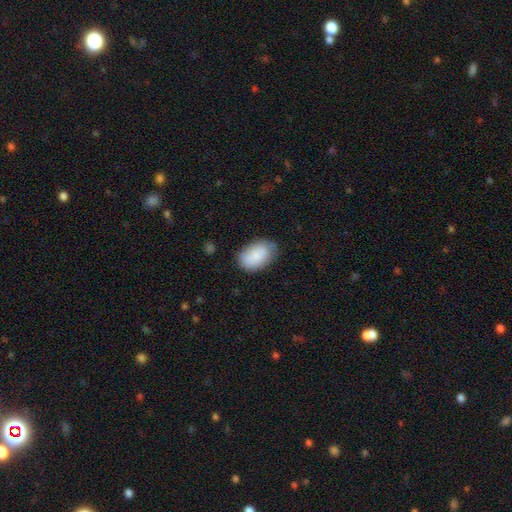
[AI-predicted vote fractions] Smooth or featured? Predicted: smooth (p=0.84). How rounded? Predicted: in between (p=0.91). Merging? Predicted: none (p=0.74).